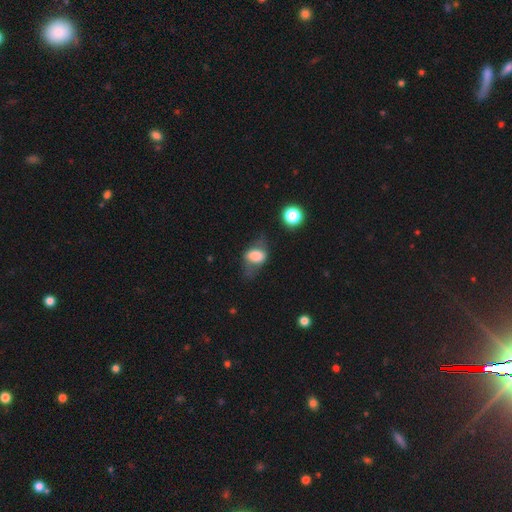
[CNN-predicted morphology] smooth_or_featured: smooth (p=0.68) [alt: featured or disk p=0.22]
how_rounded: in between (p=0.75) [alt: round p=0.22]
merging: none (p=0.39) [alt: minor disturbance p=0.29]